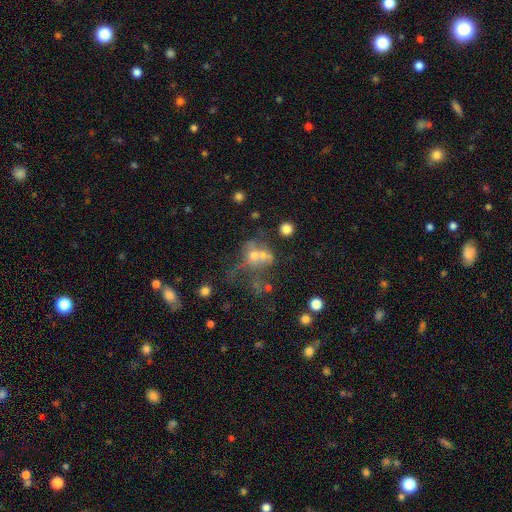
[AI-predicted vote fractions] The model was most divided on "merging": merger: 45%, none: 30%, major disturbance: 14%, minor disturbance: 11%. Remaining: smooth or featured — smooth (49%).